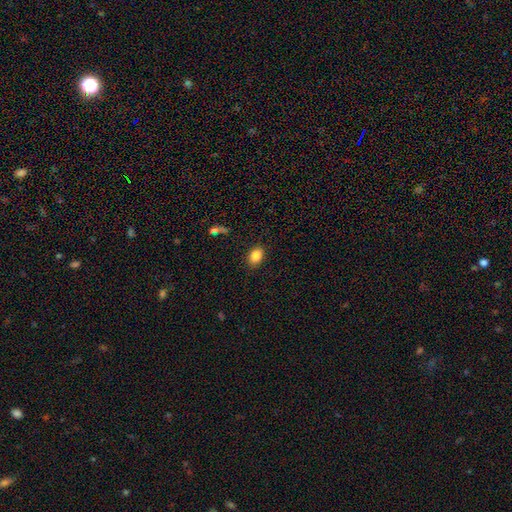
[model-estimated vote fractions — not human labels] Overall: smooth (86%). How rounded: in between (78%). Merging: none (87%).